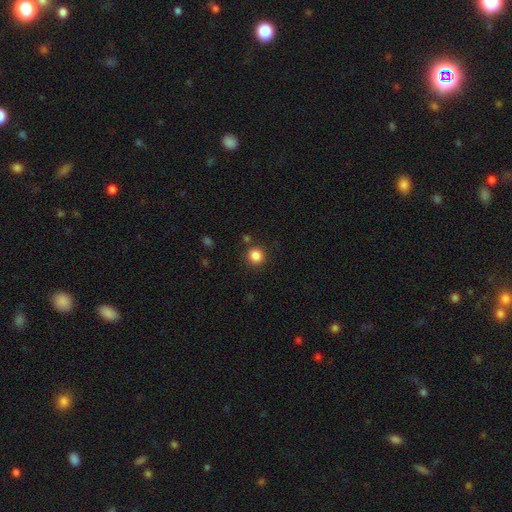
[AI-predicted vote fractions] Smooth or featured? Predicted: smooth (p=0.85). How rounded? Predicted: round (p=0.85). Merging? Predicted: none (p=0.84).